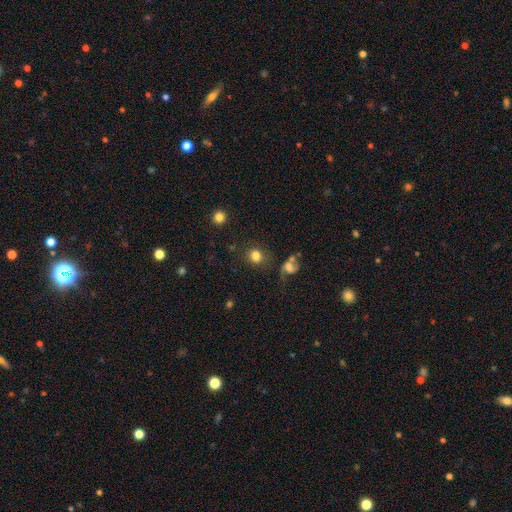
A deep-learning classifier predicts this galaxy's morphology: Smooth or featured: smooth — 80% (star or artifact — 11%)
How rounded: round — 79% (in between — 20%)
Merging: none — 75% (minor disturbance — 11%)